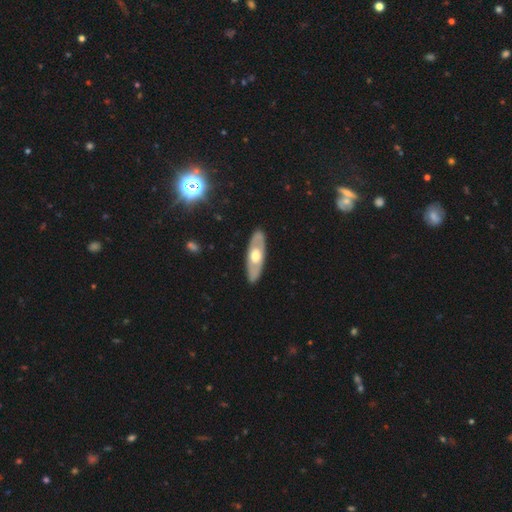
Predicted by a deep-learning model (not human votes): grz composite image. It shows a featured or disk galaxy (55%). Merging: none (88%).